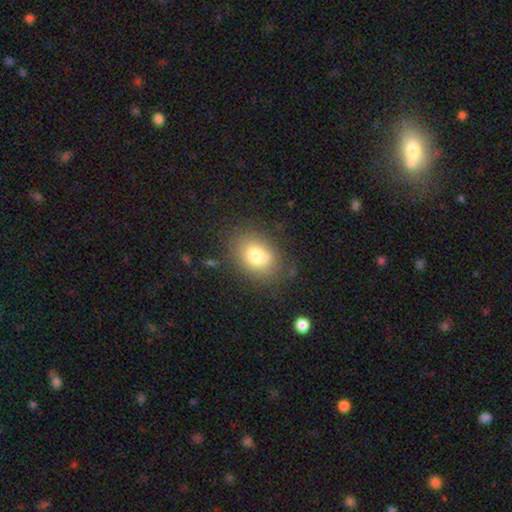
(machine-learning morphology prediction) type=smooth (76%); roundness=in between (64%); merging=none (71%).